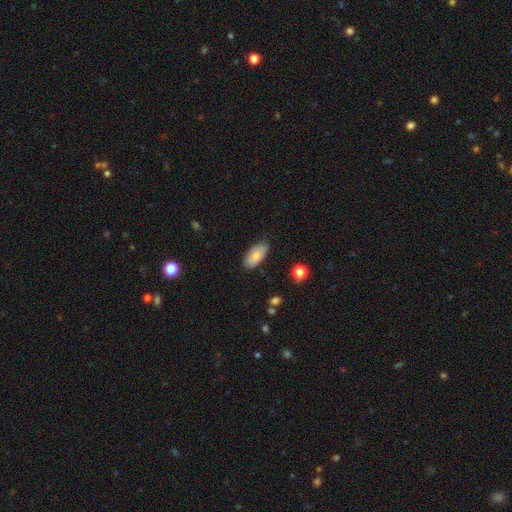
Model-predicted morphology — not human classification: Q: Smooth or featured?
A: smooth (77%); runner-up: featured or disk (16%)
Q: How rounded?
A: in between (91%); runner-up: cigar-shaped (6%)
Q: Merging?
A: none (78%); runner-up: minor disturbance (18%)